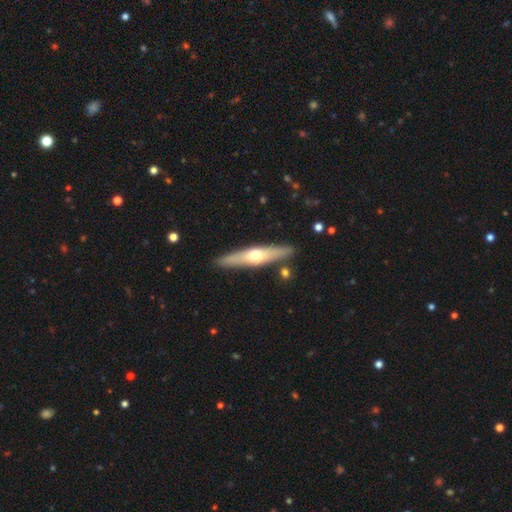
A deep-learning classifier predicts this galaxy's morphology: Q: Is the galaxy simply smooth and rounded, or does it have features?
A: featured or disk — 54%.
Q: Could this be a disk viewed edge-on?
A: yes — 89%.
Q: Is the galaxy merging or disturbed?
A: none — 88%.